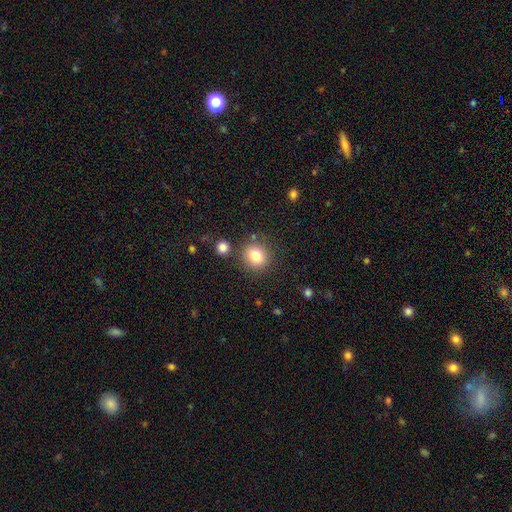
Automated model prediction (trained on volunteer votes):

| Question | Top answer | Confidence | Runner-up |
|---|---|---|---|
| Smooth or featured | smooth | 81% | star or artifact (11%) |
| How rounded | round | 80% | in between (19%) |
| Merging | none | 81% | minor disturbance (10%) |